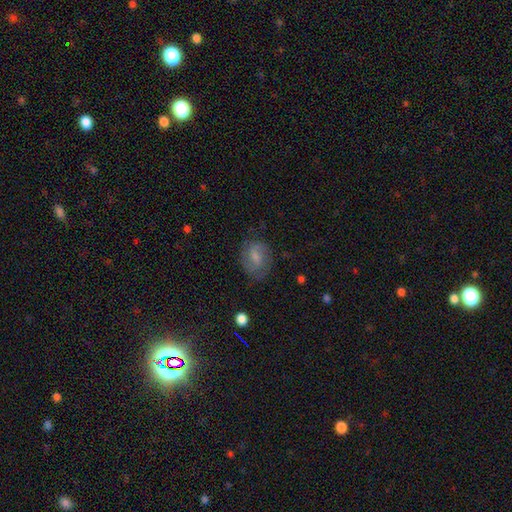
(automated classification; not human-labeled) smooth-or-featured: featured or disk: 46% | smooth: 36% | star or artifact: 18%
  merging: none: 73% | minor disturbance: 18% | major disturbance: 8% | merger: 1%